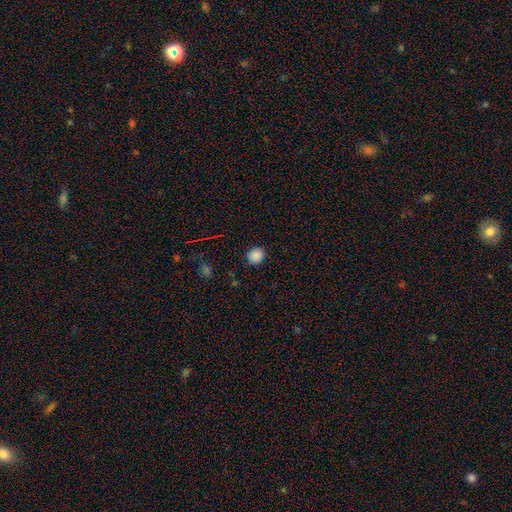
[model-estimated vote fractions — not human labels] This appears to be a smooth galaxy with no disk features (85%) that is round (86%). Merging: none (88%).